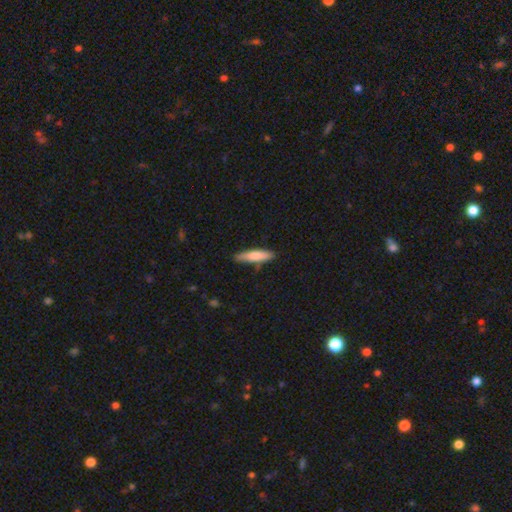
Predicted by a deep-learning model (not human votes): Overall: smooth (75%). How rounded: cigar-shaped (80%). Merging: none (82%).